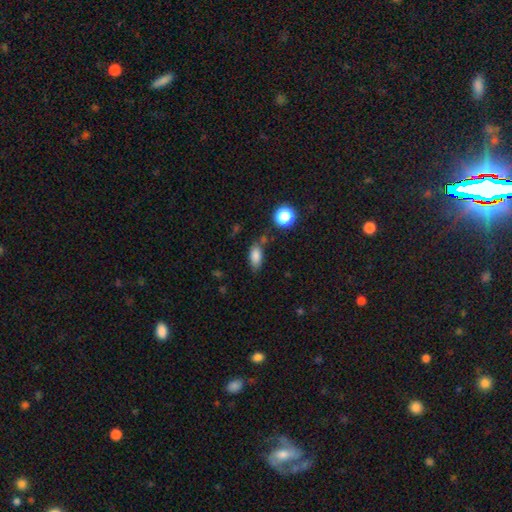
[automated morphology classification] The model was most divided on "merging": none: 62%, minor disturbance: 23%, merger: 9%, major disturbance: 6%. More confident: how rounded — in between (85%); smooth or featured — smooth (82%).